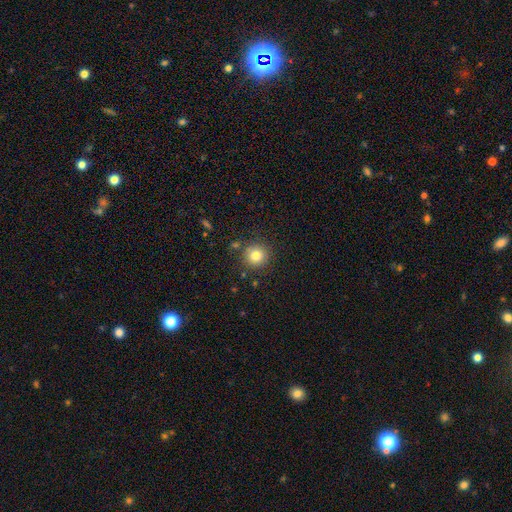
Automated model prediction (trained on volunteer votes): This is clearly a smooth galaxy (81%). How rounded: clearly round (93%). Merging: clearly none (85%).